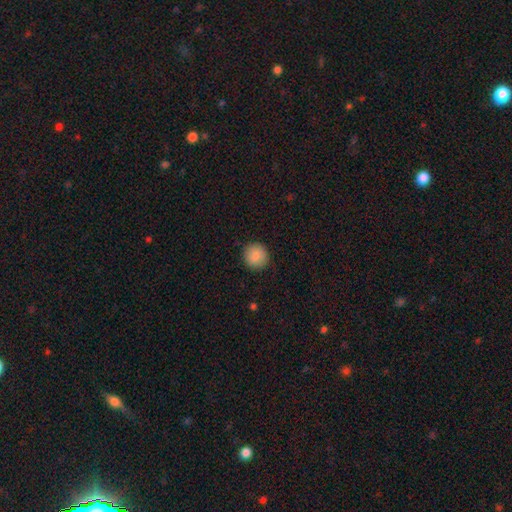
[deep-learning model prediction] smooth-or-featured: smooth: 87% | star or artifact: 8% | featured or disk: 5%
  how-rounded: round: 93% | in between: 6% | cigar-shaped: 1%
  merging: none: 90% | minor disturbance: 7% | major disturbance: 2% | merger: 1%